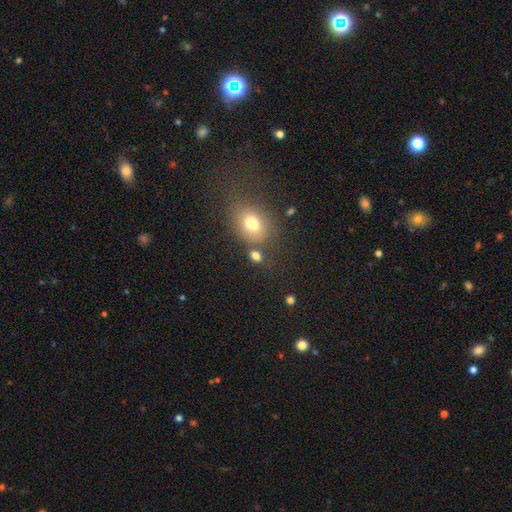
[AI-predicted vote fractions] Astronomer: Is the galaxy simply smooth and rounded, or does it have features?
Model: smooth — 77%.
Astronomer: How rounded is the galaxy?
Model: in between — 56% (runner-up: round, 42%).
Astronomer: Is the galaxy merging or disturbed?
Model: none — 66%.